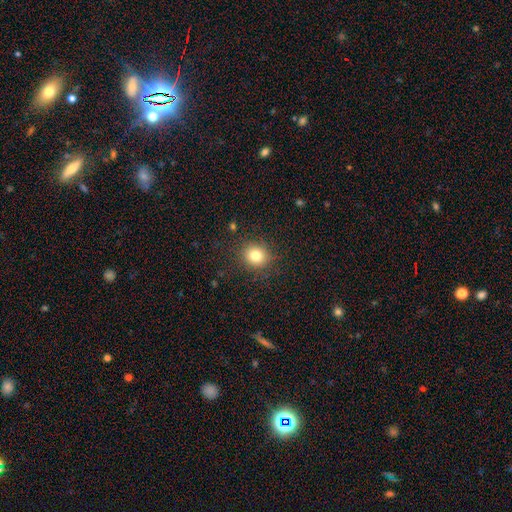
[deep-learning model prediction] Overall: smooth (80%). How rounded: round (81%). Merging: none (87%).